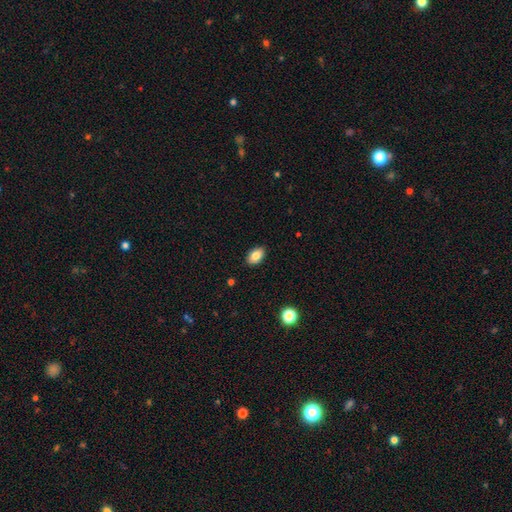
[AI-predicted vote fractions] The model was most divided on "smooth or featured": smooth: 84%, featured or disk: 8%, star or artifact: 8%. More confident: merging — none (89%); how rounded — in between (88%).